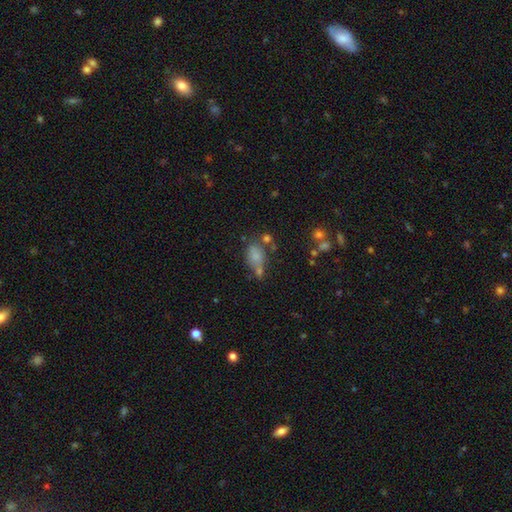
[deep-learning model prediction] smooth-or-featured: smooth: 71% | featured or disk: 15% | star or artifact: 14%
  how-rounded: in between: 81% | round: 14% | cigar-shaped: 5%
  merging: none: 37% | merger: 30% | minor disturbance: 20% | major disturbance: 13%